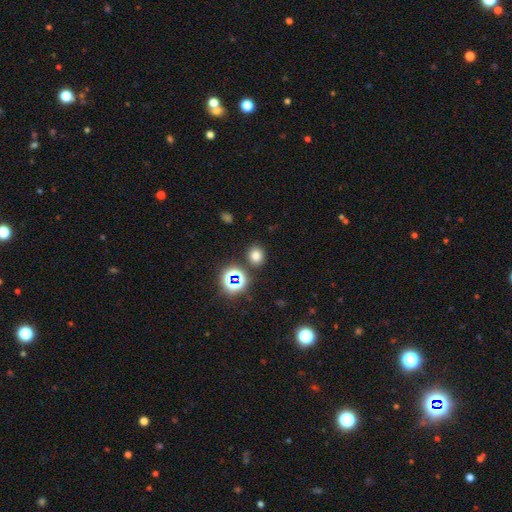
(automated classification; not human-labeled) A smooth galaxy with no disk features (72%) that is round (75%).

Vote fractions:
- Smooth or featured? smooth: 72% / star or artifact: 22% / featured or disk: 6%
- How rounded? round: 75% / in between: 24% / cigar-shaped: 1%
- Merging? none: 85% / minor disturbance: 8% / merger: 4% / major disturbance: 3%